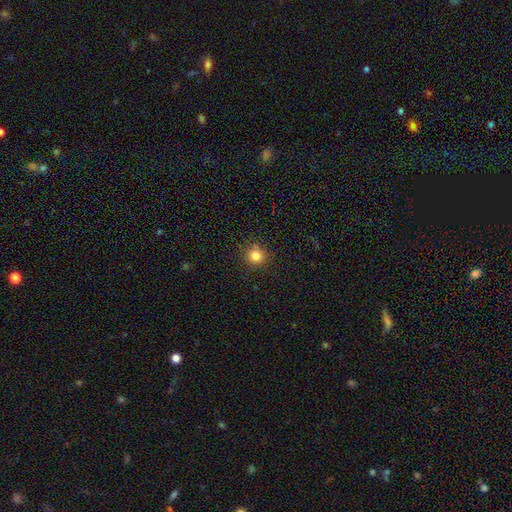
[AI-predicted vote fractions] Smooth or featured? smooth (82%)
How rounded? round (93%)
Merging? none (89%)